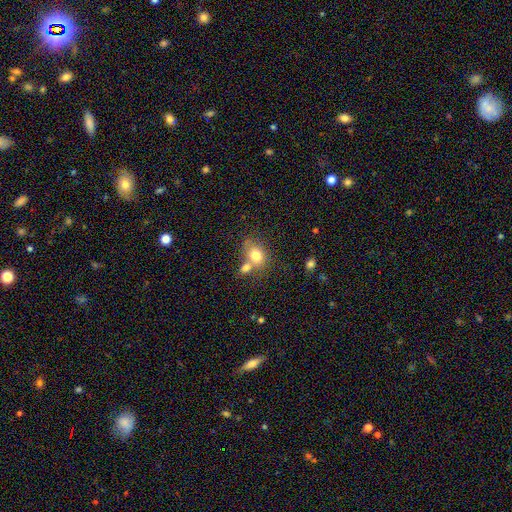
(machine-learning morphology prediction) A smooth galaxy with no disk features (76%) that is in between round and cigar-shaped (54%). Merging: merger (43%).